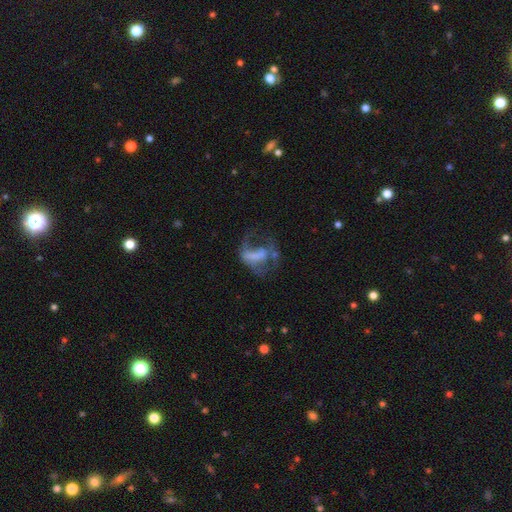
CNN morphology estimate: smooth-or-featured: featured or disk: 52% | smooth: 35% | star or artifact: 13%
  disk-edge-on: no: 97% | yes: 3%
    bar: no: 62% | weak: 22% | strong: 17%
    has-spiral-arms: no: 73% | yes: 27%
    bulge-size: none: 63% | moderate: 13% | small: 13% | large: 9% | dominant: 3%
  merging: major disturbance: 55% | none: 22% | minor disturbance: 15% | merger: 8%